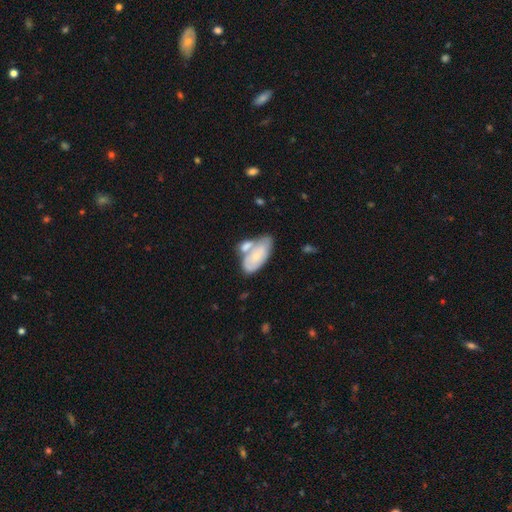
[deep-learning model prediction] Smooth or featured?
  - smooth: 60% *
  - featured or disk: 34%
  - star or artifact: 6%
How rounded?
  - in between: 93% *
  - cigar-shaped: 4%
  - round: 3%
Merging?
  - merger: 47% *
  - none: 29%
  - minor disturbance: 17%
  - major disturbance: 7%